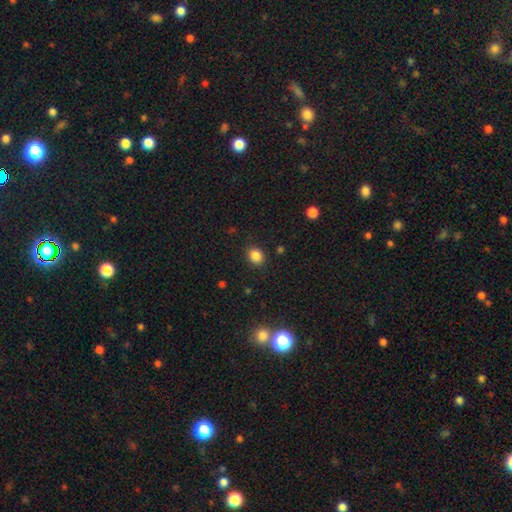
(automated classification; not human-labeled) Morphology: type=smooth (84%); roundness=round (62%); merging=none (88%).